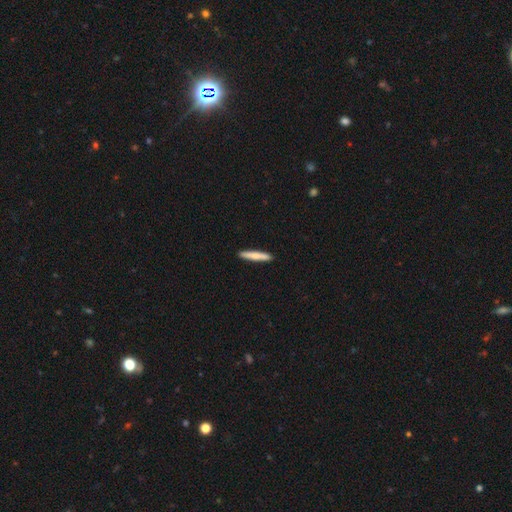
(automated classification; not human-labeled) Smooth or featured? smooth (73%)
How rounded? cigar-shaped (93%)
Merging? none (91%)